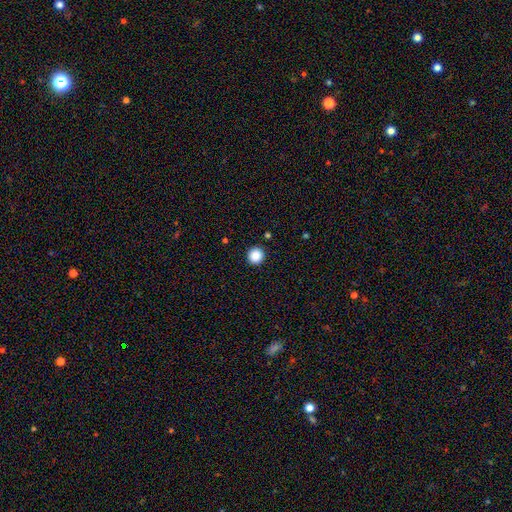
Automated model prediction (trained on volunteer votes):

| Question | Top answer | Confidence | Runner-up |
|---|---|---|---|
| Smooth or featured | smooth | 88% | star or artifact (10%) |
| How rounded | round | 95% | in between (5%) |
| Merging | none | 93% | minor disturbance (4%) |